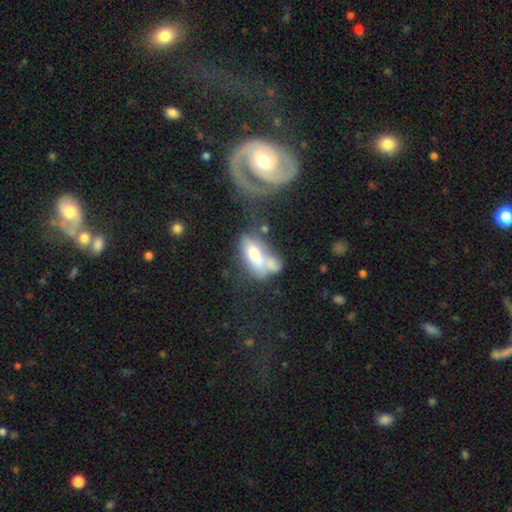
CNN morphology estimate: Overall: smooth (55%; featured or disk 35%). How rounded: in between (84%). Merging: merger (50%; major disturbance 21%).